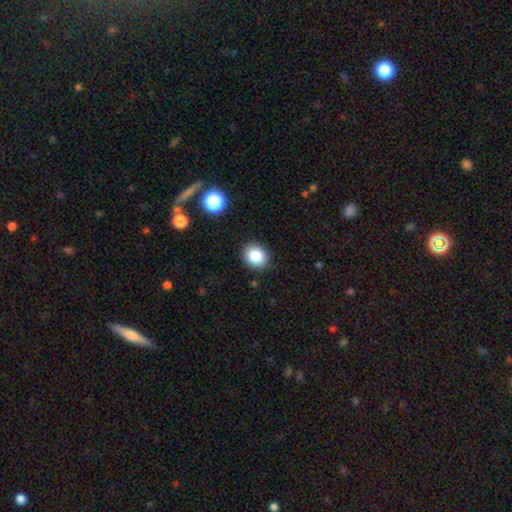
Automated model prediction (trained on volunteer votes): Morphology: type=smooth (84%); roundness=round (64%); merging=none (88%).